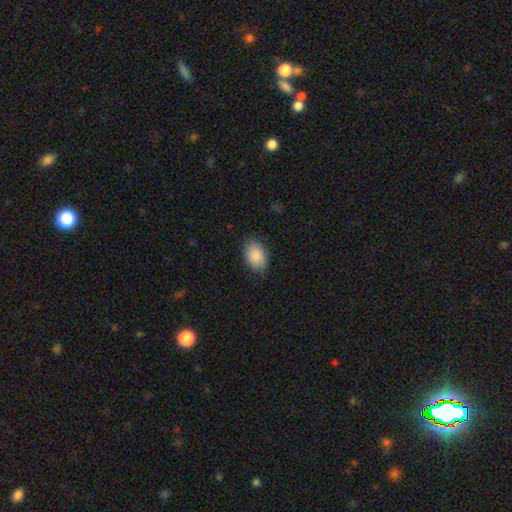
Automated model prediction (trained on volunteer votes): Smooth or featured? smooth (89%)
How rounded? in between (83%)
Merging? none (79%)